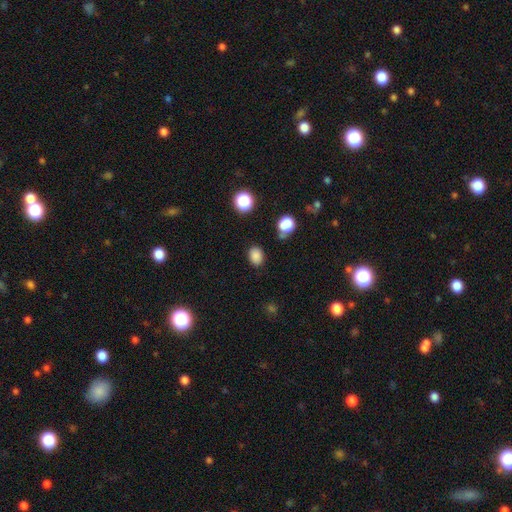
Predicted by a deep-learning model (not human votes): Q: Smooth or featured?
A: smooth (83%); runner-up: star or artifact (13%)
Q: How rounded?
A: in between (60%); runner-up: round (39%)
Q: Merging?
A: none (82%); runner-up: minor disturbance (12%)